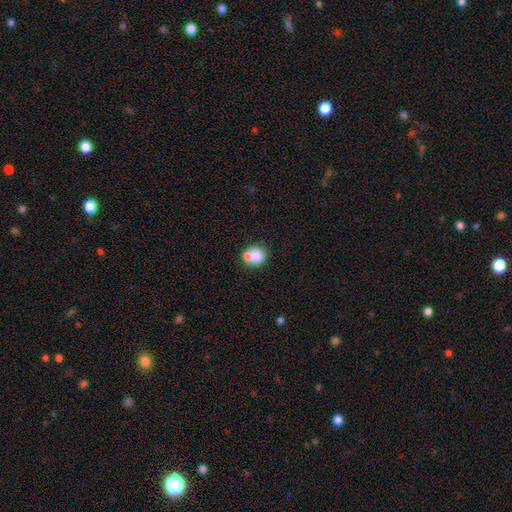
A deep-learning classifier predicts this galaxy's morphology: Smooth or featured: smooth — 76% (featured or disk — 15%)
How rounded: round — 73% (in between — 26%)
Merging: merger — 47% (none — 39%)